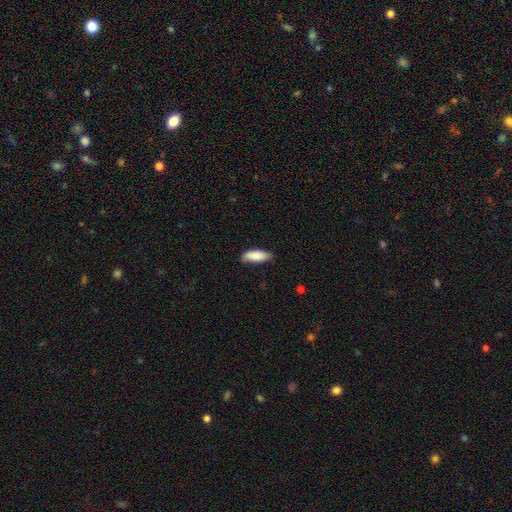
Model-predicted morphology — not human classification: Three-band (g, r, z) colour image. It shows a smooth galaxy with no disk features (86%) that is in between round and cigar-shaped (72%). Merging: none (73%).